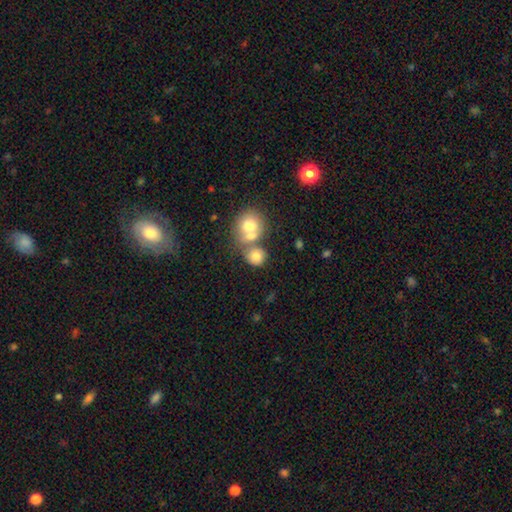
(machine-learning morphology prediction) The model was most divided on "merging": merger: 49%, none: 39%, minor disturbance: 8%, major disturbance: 4%. More confident: how rounded — round (78%); smooth or featured — smooth (74%).